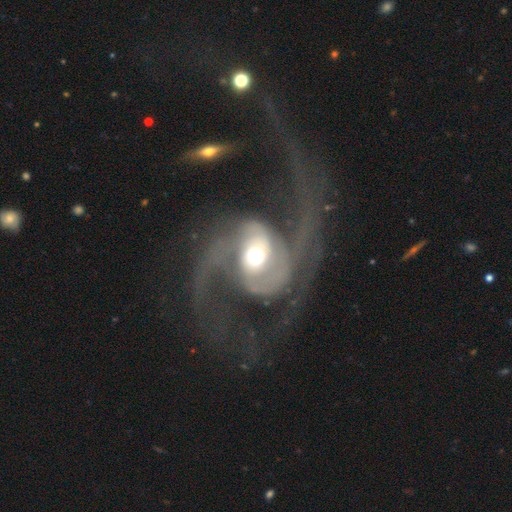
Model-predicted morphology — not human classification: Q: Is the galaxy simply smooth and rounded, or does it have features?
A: featured or disk — 84%.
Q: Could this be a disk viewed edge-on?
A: no — 97%.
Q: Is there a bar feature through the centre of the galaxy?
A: no — 58%.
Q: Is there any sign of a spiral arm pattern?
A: yes — 91%.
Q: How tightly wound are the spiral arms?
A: loose — 44%.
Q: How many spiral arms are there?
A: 2 — 77%.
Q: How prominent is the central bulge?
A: moderate — 67%.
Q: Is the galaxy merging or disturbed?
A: major disturbance — 46%.